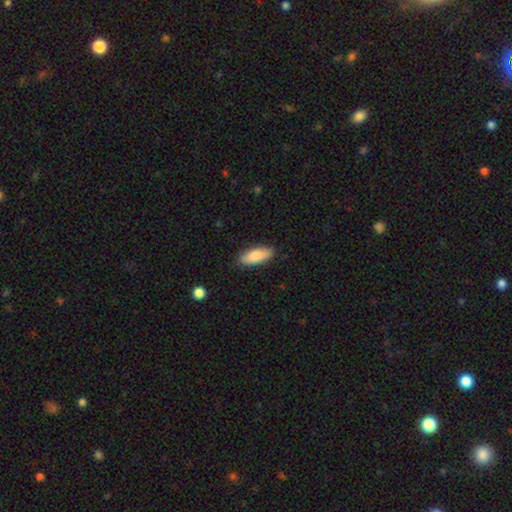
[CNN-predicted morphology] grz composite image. It shows a smooth galaxy with no disk features (86%) that is in between round and cigar-shaped (75%). Merging: none (85%).